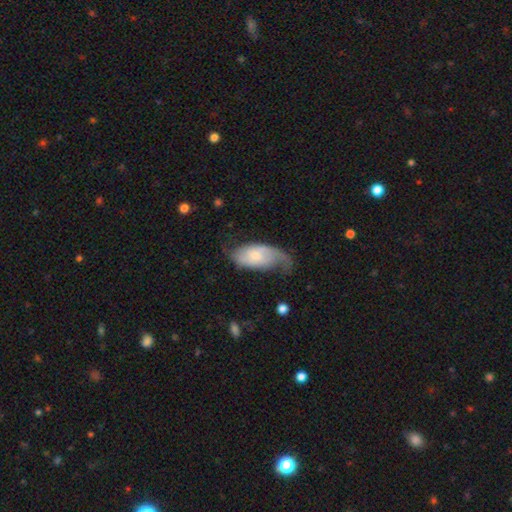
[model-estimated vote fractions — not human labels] The model was most divided on "merging": none: 41%, minor disturbance: 29%, major disturbance: 27%, merger: 2%. More confident: edge-on disk — no (94%); spiral arms — yes (87%); bar — no (60%); smooth or featured — featured or disk (60%); bulge size — small (55%).